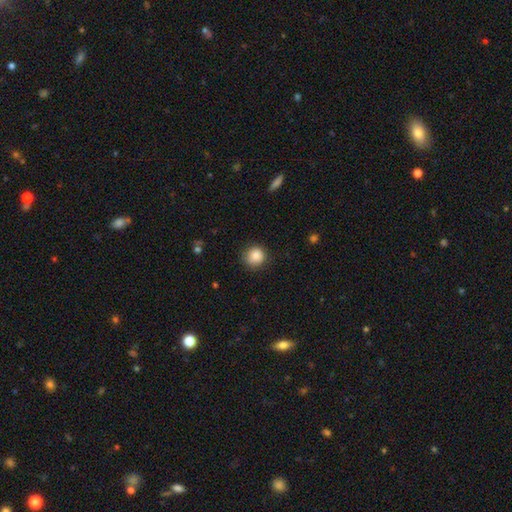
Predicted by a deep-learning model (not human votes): A smooth galaxy with no disk features (86%) that is round (90%).

Vote fractions:
- Smooth or featured? smooth: 86% / star or artifact: 9% / featured or disk: 5%
- How rounded? round: 90% / in between: 9% / cigar-shaped: 1%
- Merging? none: 83% / minor disturbance: 13% / major disturbance: 3% / merger: 1%